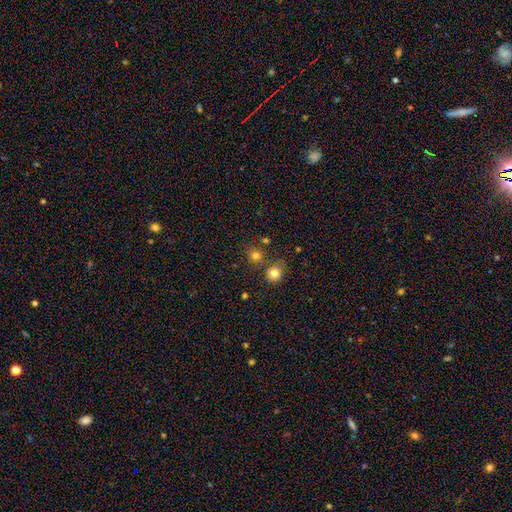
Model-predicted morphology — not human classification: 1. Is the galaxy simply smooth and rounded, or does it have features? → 79% smooth, 15% star or artifact, 6% featured or disk.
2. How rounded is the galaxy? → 88% round, 11% in between, 1% cigar-shaped.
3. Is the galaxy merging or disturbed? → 71% none, 16% merger, 9% minor disturbance, 4% major disturbance.